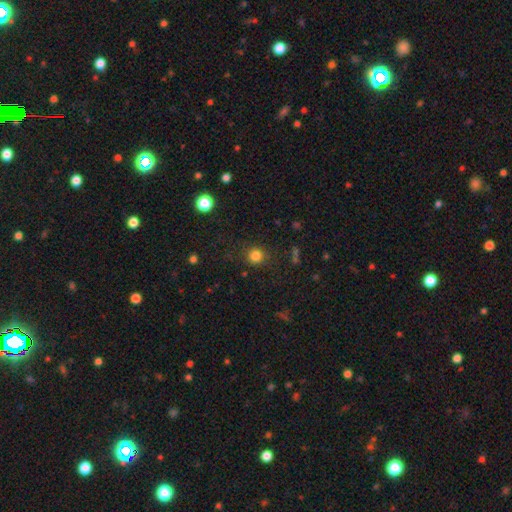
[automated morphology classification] type=smooth (82%); roundness=round (90%); merging=none (85%).